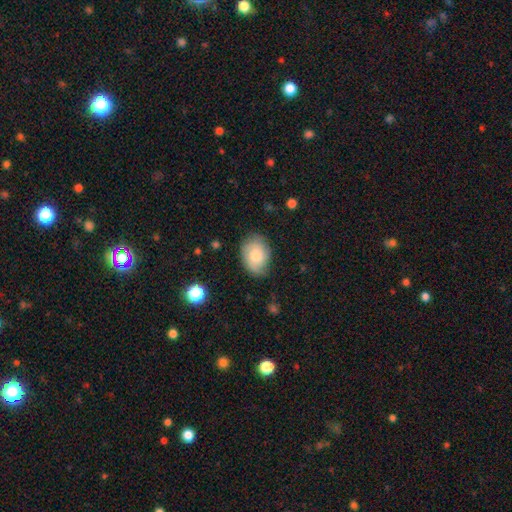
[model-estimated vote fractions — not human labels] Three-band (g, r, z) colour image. It shows a smooth galaxy with no disk features (60%) that is in between round and cigar-shaped (72%). Merging: none (73%).